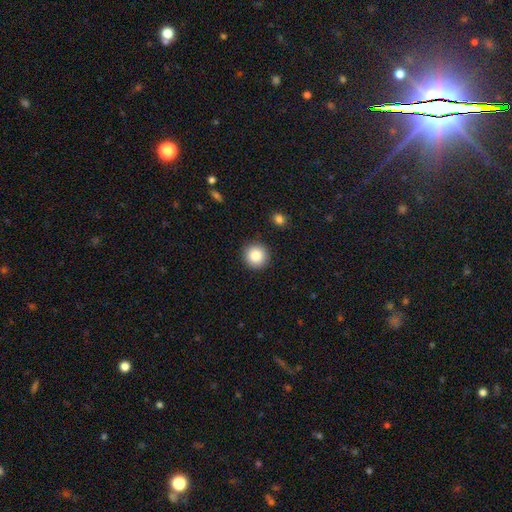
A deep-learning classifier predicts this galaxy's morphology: Q: Smooth or featured?
A: smooth (86%); runner-up: star or artifact (9%)
Q: How rounded?
A: round (95%); runner-up: in between (4%)
Q: Merging?
A: none (91%); runner-up: minor disturbance (6%)